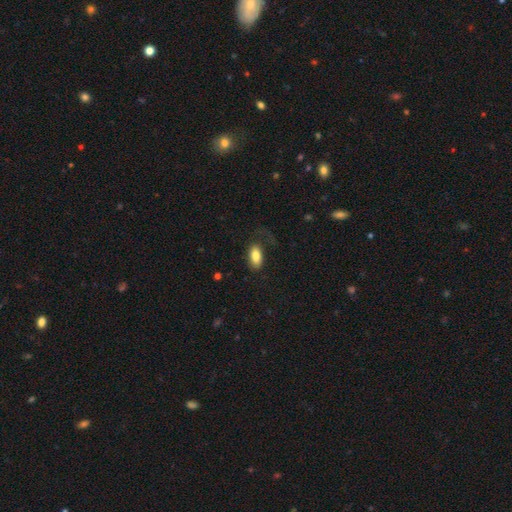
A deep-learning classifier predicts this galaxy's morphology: A smooth galaxy with no disk features (82%) that is in between round and cigar-shaped (92%).

Vote fractions:
- Smooth or featured? smooth: 82% / featured or disk: 11% / star or artifact: 7%
- How rounded? in between: 92% / cigar-shaped: 4% / round: 4%
- Merging? none: 63% / minor disturbance: 18% / major disturbance: 17% / merger: 2%